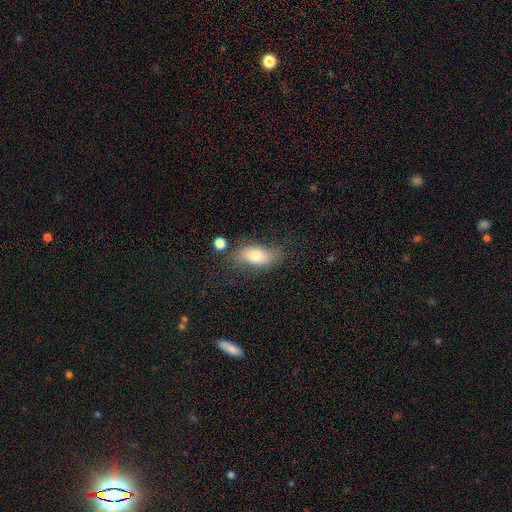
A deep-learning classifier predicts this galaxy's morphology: type=smooth (75%); roundness=in between (86%); merging=none (68%).